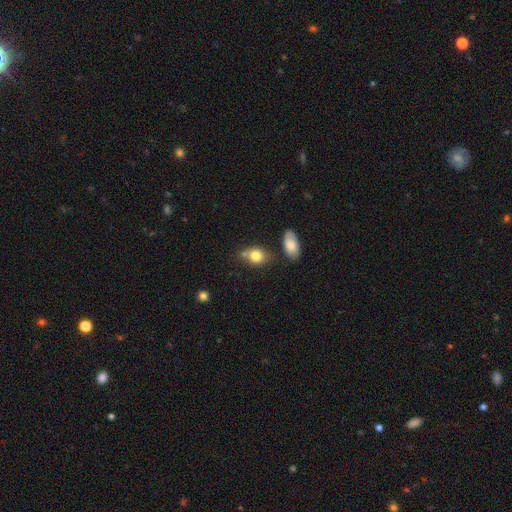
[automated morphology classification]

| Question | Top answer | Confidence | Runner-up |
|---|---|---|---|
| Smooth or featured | smooth | 80% | featured or disk (11%) |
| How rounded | in between | 59% | round (39%) |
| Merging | none | 57% | minor disturbance (19%) |